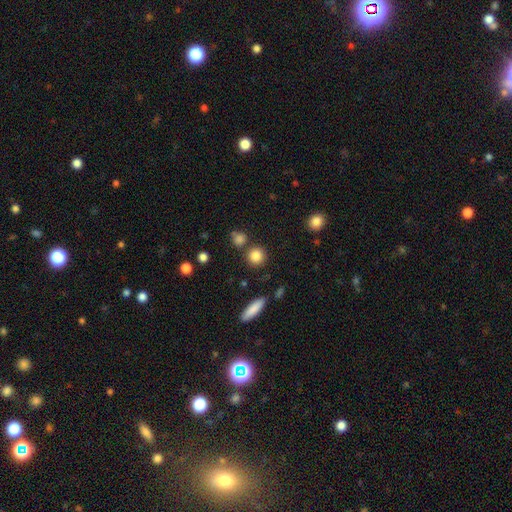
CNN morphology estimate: smooth 85%, star or artifact 10%, featured or disk 5%. Down the decision tree: how rounded — round (89%); merging — none (81%).